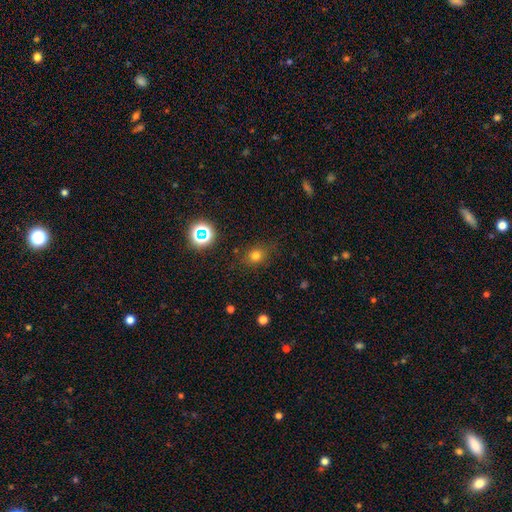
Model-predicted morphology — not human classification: This appears to be a smooth galaxy with no disk features (72%) that is round (66%). Merging: none (79%).